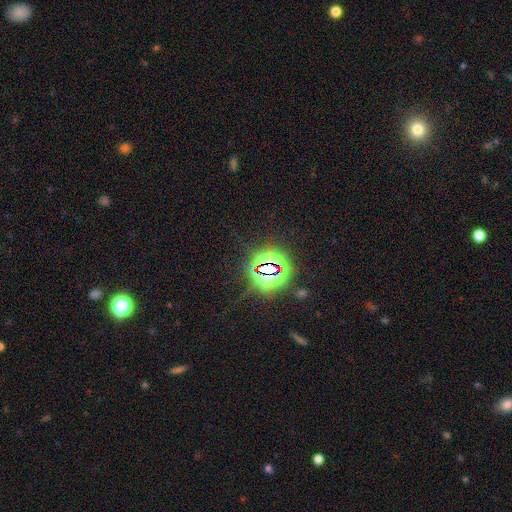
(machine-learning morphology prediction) Smooth or featured? star or artifact (81%)